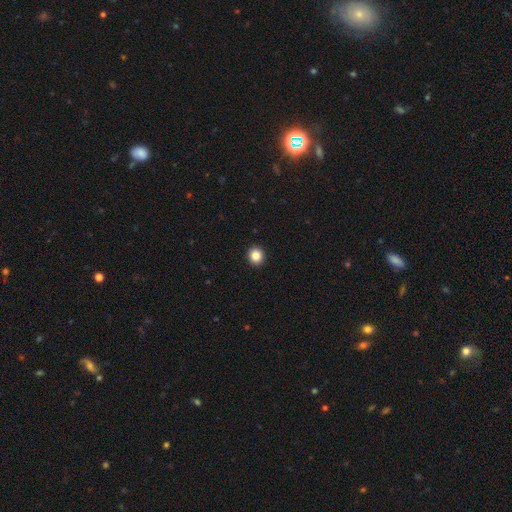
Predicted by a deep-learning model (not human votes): Smooth or featured? smooth (85%)
How rounded? round (90%)
Merging? none (94%)